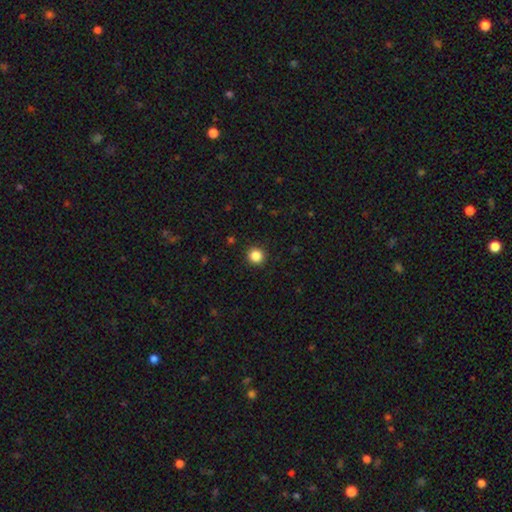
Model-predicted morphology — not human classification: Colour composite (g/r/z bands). It shows a smooth galaxy with no disk features (85%) that is round (94%). Merging: none (92%).